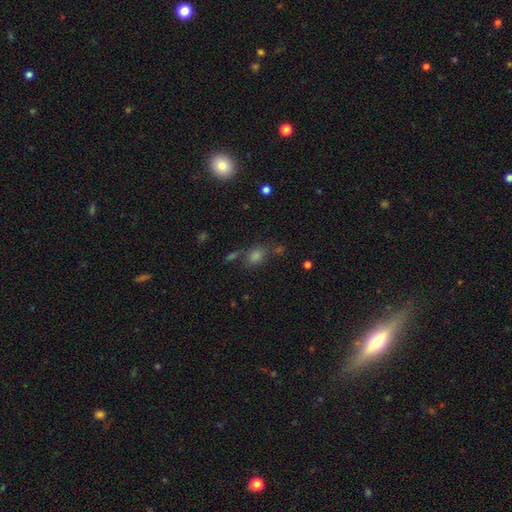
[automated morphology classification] smooth 66%, star or artifact 26%, featured or disk 9%. Down the decision tree: how rounded — in between (56%); merging — none (69%).